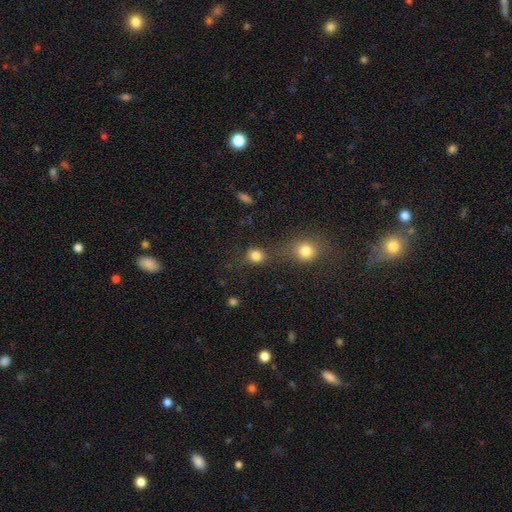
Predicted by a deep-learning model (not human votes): Smooth or featured? Predicted: smooth (p=0.82). How rounded? Predicted: round (p=0.76). Merging? Predicted: none (p=0.57).